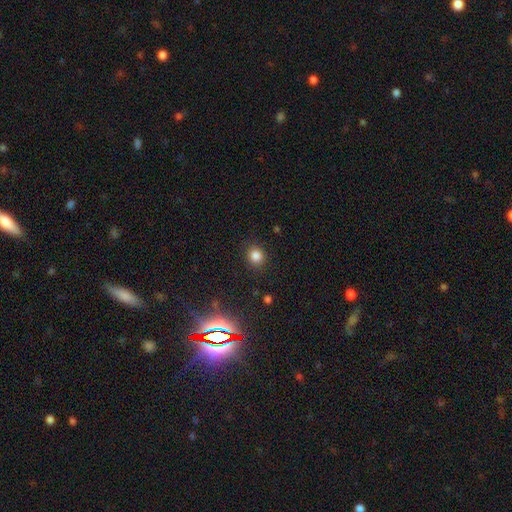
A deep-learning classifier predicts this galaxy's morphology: Overall: smooth (82%). How rounded: round (82%). Merging: none (87%).